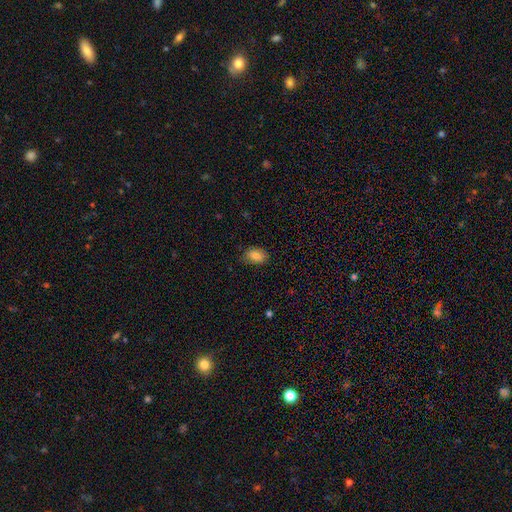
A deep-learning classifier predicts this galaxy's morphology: type=smooth (83%); roundness=in between (85%); merging=none (79%).